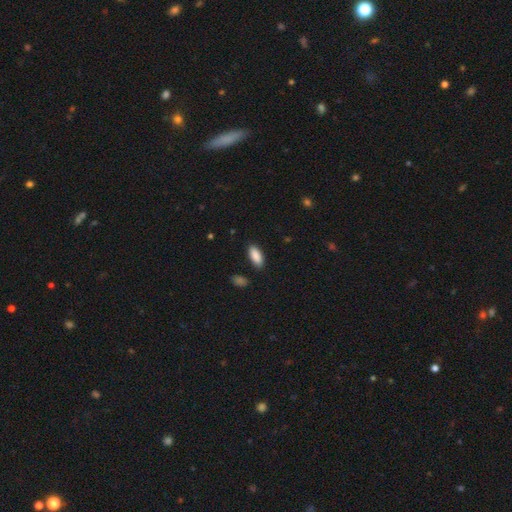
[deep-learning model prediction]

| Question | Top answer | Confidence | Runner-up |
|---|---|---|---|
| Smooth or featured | smooth | 89% | star or artifact (6%) |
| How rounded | in between | 84% | cigar-shaped (14%) |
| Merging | none | 86% | minor disturbance (10%) |